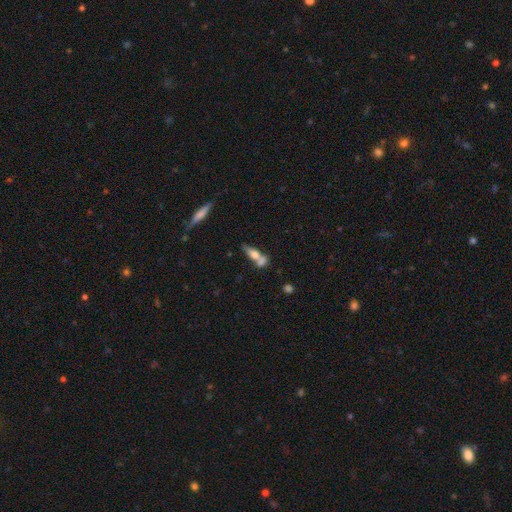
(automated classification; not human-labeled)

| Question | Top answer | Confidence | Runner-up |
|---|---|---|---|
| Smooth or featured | smooth | 64% | featured or disk (27%) |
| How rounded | in between | 61% | cigar-shaped (31%) |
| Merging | merger | 55% | none (29%) |